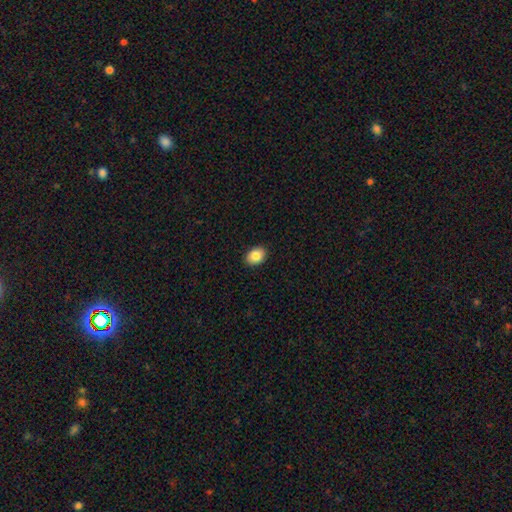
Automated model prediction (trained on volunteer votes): smooth 86%, star or artifact 8%, featured or disk 6%. Down the decision tree: how rounded — in between (72%); merging — none (91%).